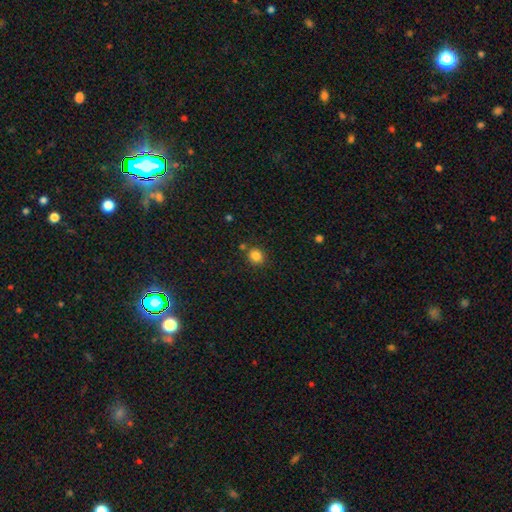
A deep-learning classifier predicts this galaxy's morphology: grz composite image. It shows a smooth galaxy with no disk features (84%) that is round (72%). Merging: none (79%).